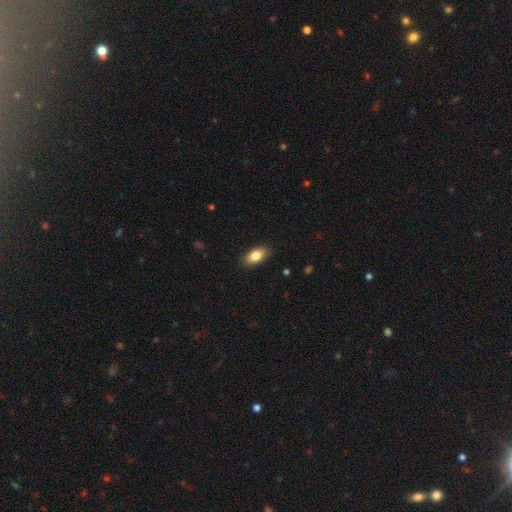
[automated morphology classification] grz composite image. It shows a smooth galaxy with no disk features (84%) that is in between round and cigar-shaped (91%). Merging: none (87%).